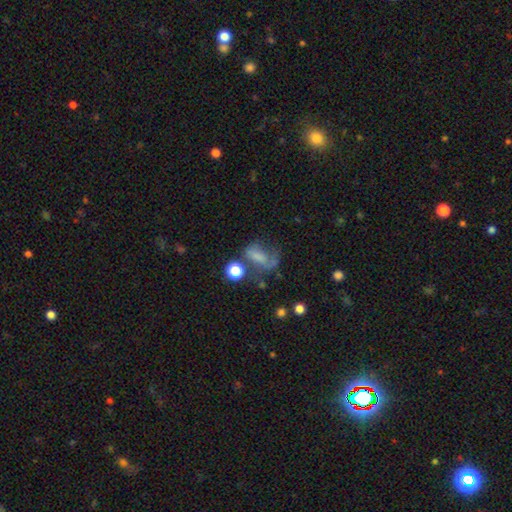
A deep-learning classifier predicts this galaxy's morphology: Smooth or featured? smooth (51%)
How rounded? in between (72%)
Merging? major disturbance (37%)